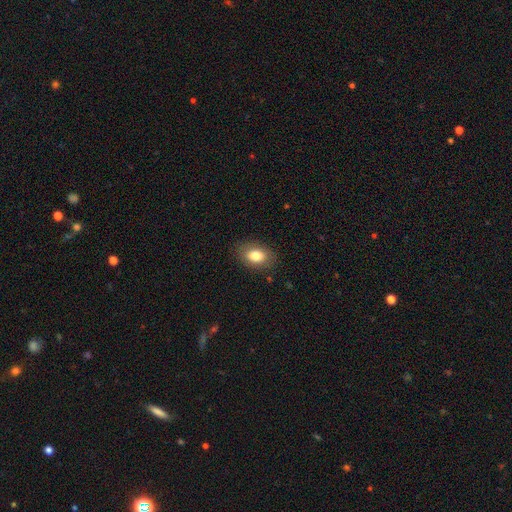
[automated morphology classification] smooth 80%, featured or disk 11%, star or artifact 8%. Down the decision tree: how rounded — in between (83%); merging — none (85%).